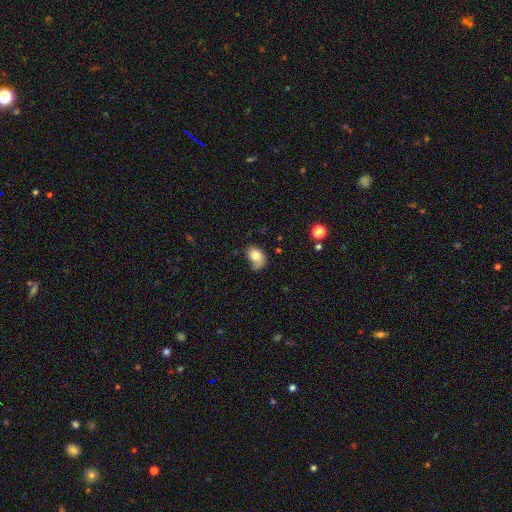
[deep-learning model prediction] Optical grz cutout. It shows a smooth galaxy with no disk features (74%) that is in between round and cigar-shaped (73%). Merging: none (43%).